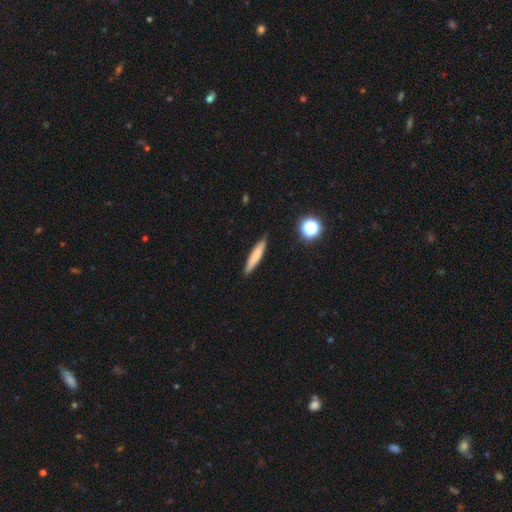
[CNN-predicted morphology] type=smooth (72%); roundness=cigar-shaped (89%); merging=none (87%).